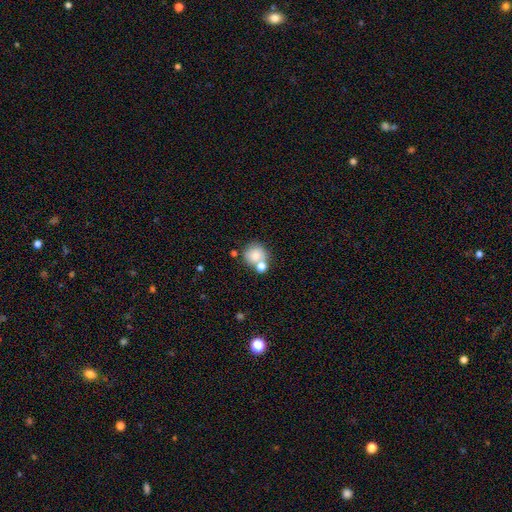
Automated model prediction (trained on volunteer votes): smooth-or-featured: smooth: 76% | featured or disk: 14% | star or artifact: 10%
  how-rounded: round: 87% | in between: 12% | cigar-shaped: 1%
  merging: none: 53% | merger: 32% | minor disturbance: 11% | major disturbance: 4%